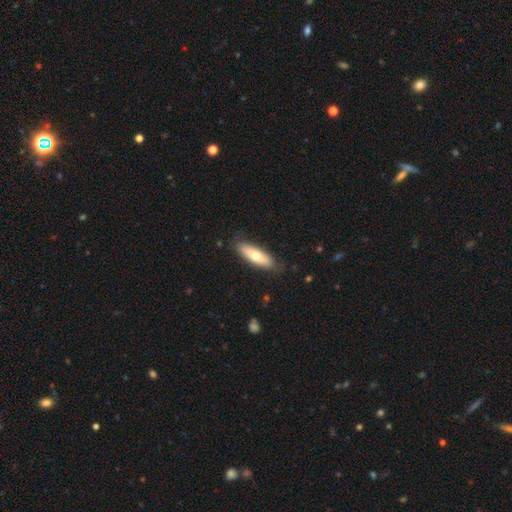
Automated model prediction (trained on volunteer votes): smooth-or-featured: smooth: 64% | featured or disk: 30% | star or artifact: 6%
  how-rounded: in between: 56% | cigar-shaped: 42% | round: 2%
  merging: none: 84% | minor disturbance: 12% | major disturbance: 2% | merger: 1%